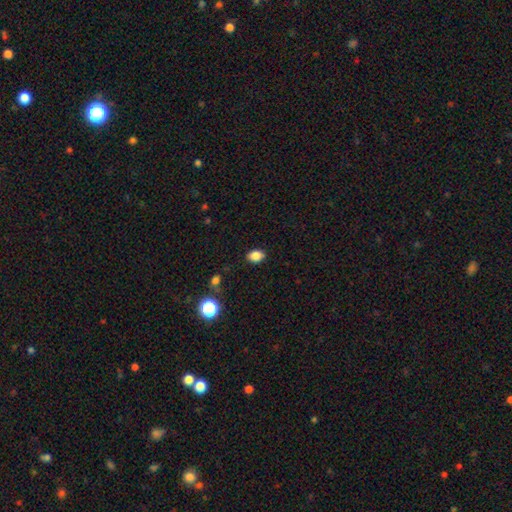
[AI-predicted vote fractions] smooth 85%, star or artifact 11%, featured or disk 5%. Down the decision tree: how rounded — in between (77%); merging — none (86%).